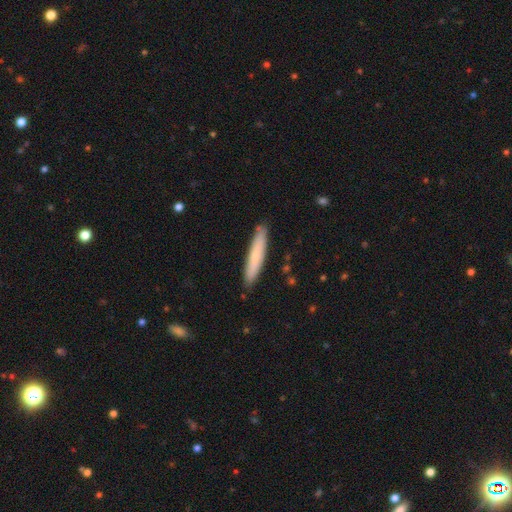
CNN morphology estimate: smooth 71%, featured or disk 24%, star or artifact 5%. Down the decision tree: how rounded — cigar-shaped (92%); merging — none (89%).